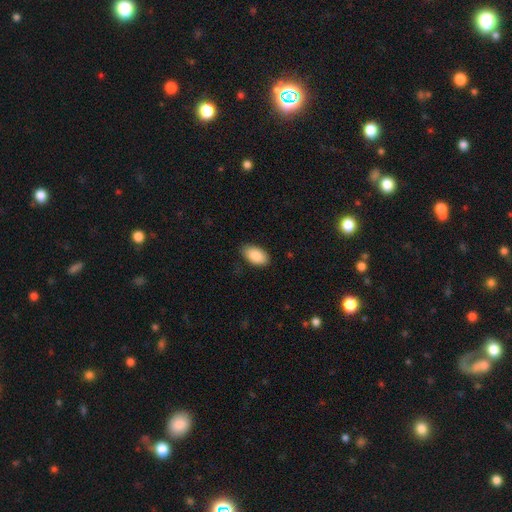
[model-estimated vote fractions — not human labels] A smooth galaxy with no disk features (89%) that is in between round and cigar-shaped (95%). Merging: none (85%).